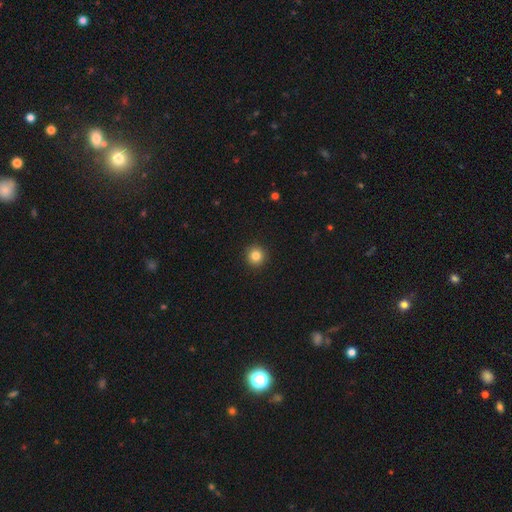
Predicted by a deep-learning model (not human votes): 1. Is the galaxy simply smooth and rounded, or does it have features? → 83% smooth, 11% star or artifact, 6% featured or disk.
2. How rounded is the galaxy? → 94% round, 5% in between, 1% cigar-shaped.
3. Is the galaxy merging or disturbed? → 93% none, 4% minor disturbance, 2% major disturbance, 1% merger.